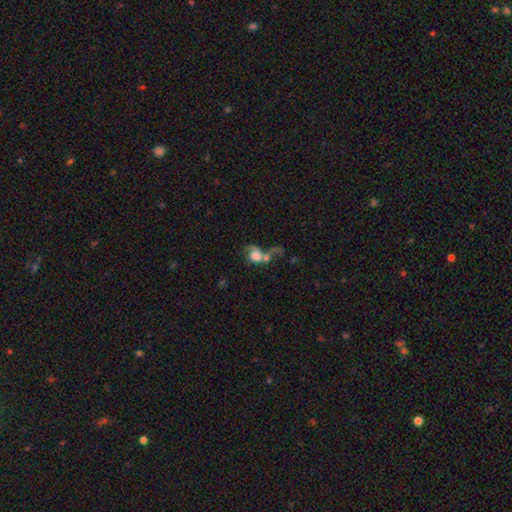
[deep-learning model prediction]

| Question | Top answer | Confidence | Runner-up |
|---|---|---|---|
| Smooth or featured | smooth | 52% | featured or disk (37%) |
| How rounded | round | 56% | in between (42%) |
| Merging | merger | 55% | major disturbance (23%) |